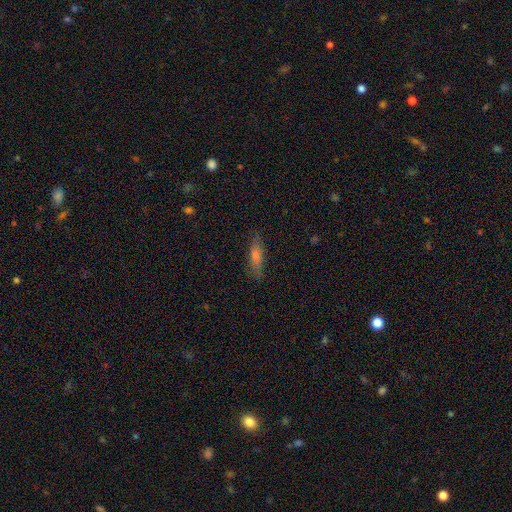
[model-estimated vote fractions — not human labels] A smooth galaxy with no disk features (62%) that is cigar-shaped (69%).

Vote fractions:
- Smooth or featured? smooth: 62% / featured or disk: 29% / star or artifact: 9%
- How rounded? cigar-shaped: 69% / in between: 28% / round: 2%
- Merging? none: 84% / minor disturbance: 12% / major disturbance: 3% / merger: 1%